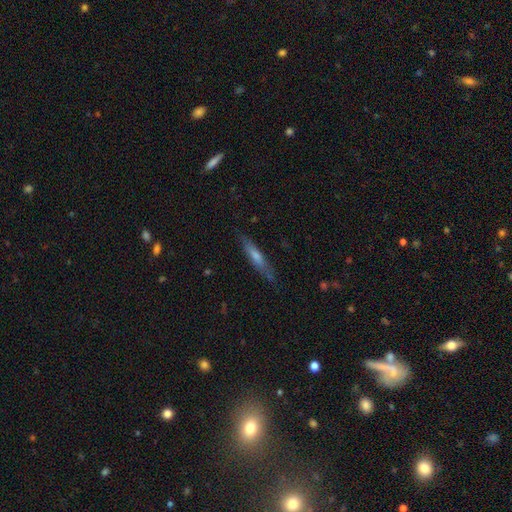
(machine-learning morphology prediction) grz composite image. It shows a featured or disk galaxy (49%). Merging: none (82%).